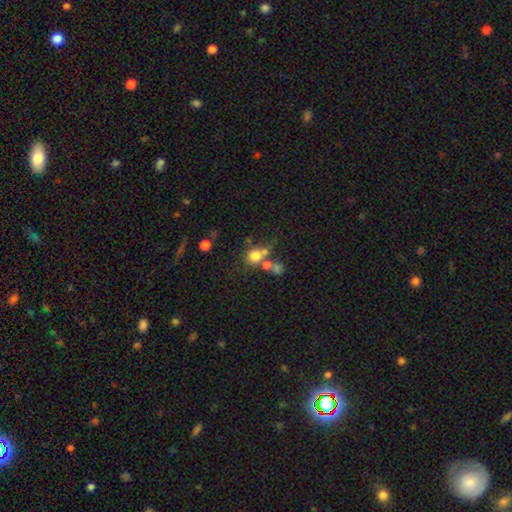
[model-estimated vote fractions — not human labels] smooth_or_featured: smooth (p=0.70) [alt: featured or disk p=0.15]
how_rounded: round (p=0.82) [alt: in between p=0.17]
merging: merger (p=0.41) [alt: none p=0.40]